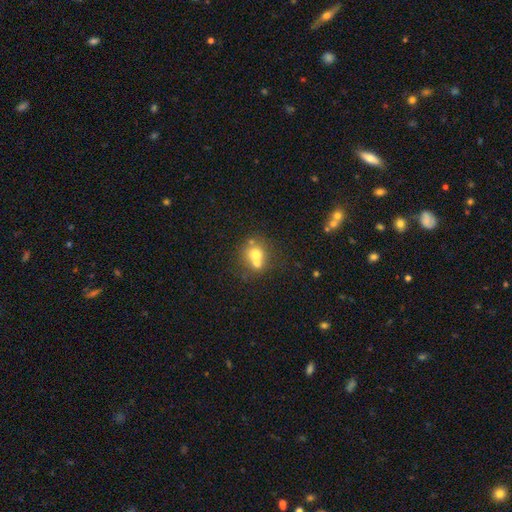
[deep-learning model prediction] A smooth galaxy with no disk features (64%) that is round (77%). Merging: merger (55%).